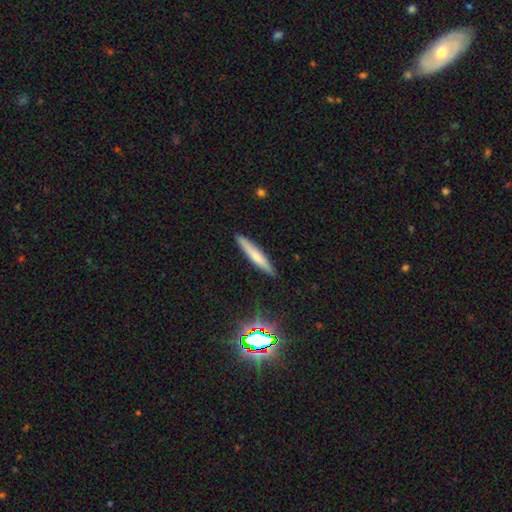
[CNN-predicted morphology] Smooth or featured: smooth — 63% (featured or disk — 27%)
How rounded: cigar-shaped — 92% (in between — 6%)
Merging: none — 89% (minor disturbance — 8%)